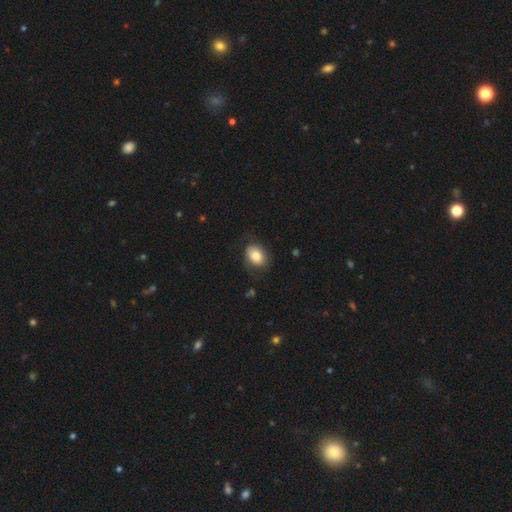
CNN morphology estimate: This is clearly a smooth galaxy (83%). How rounded: likely in between (71%). Merging: likely none (72%).